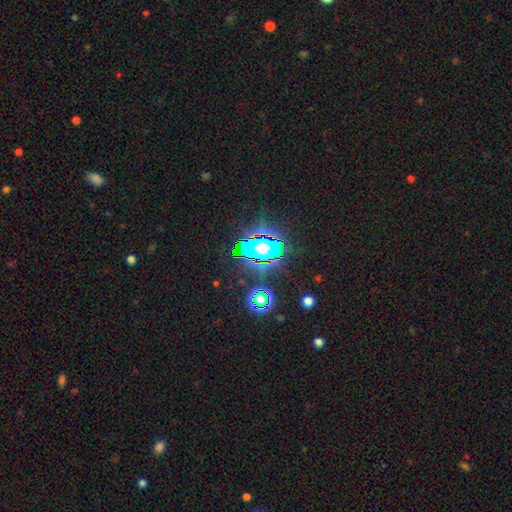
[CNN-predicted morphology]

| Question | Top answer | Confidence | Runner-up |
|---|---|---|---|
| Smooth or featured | star or artifact | 64% | smooth (23%) |